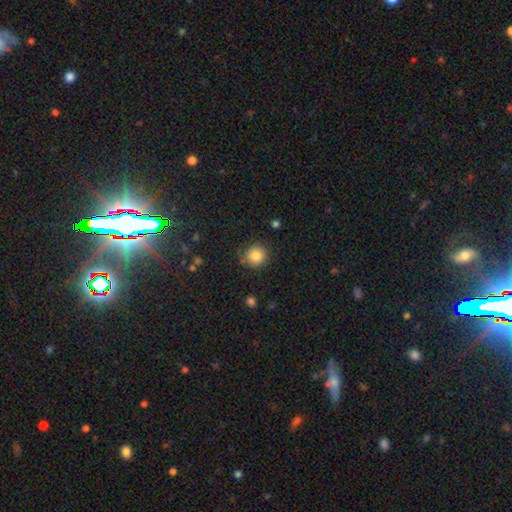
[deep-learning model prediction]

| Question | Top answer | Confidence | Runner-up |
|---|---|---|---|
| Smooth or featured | smooth | 85% | star or artifact (10%) |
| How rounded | round | 92% | in between (8%) |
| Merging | none | 82% | minor disturbance (12%) |